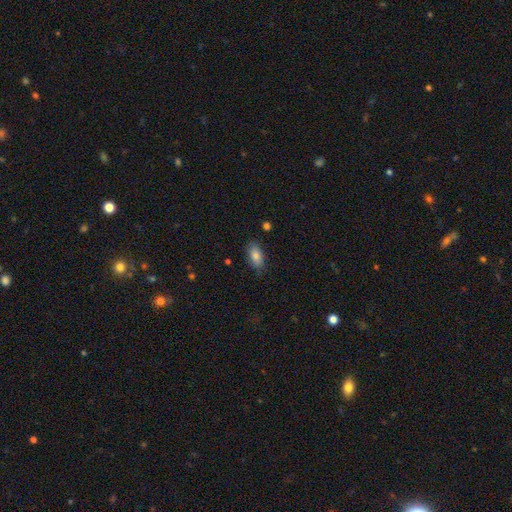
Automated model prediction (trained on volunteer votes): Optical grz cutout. It shows a smooth galaxy with no disk features (85%) that is in between round and cigar-shaped (90%). Merging: none (81%).